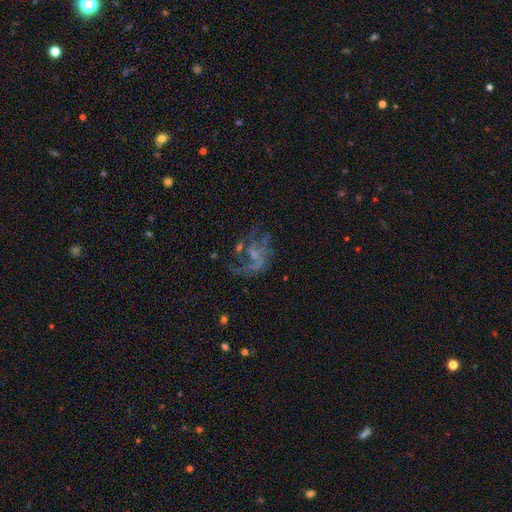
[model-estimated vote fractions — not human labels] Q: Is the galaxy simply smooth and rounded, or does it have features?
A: featured or disk — 70%.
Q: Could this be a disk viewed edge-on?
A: no — 98%.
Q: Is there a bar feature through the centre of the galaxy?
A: no — 68%.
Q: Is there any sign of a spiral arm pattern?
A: yes — 66%.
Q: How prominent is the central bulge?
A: small — 45%.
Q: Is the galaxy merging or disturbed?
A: major disturbance — 41%.